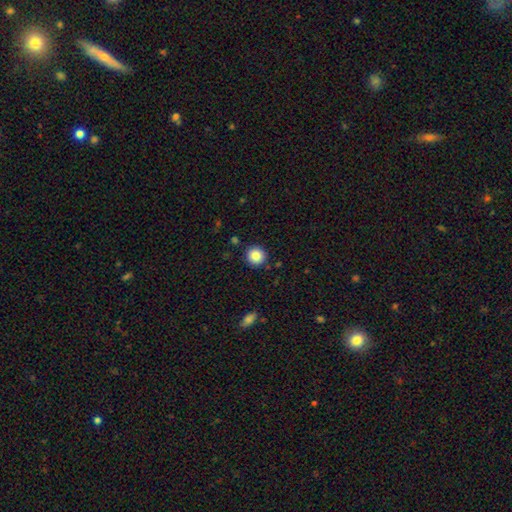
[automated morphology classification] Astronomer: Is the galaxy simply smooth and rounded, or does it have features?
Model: smooth — 85%.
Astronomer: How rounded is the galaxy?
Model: round — 94%.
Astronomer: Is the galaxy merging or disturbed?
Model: none — 90%.